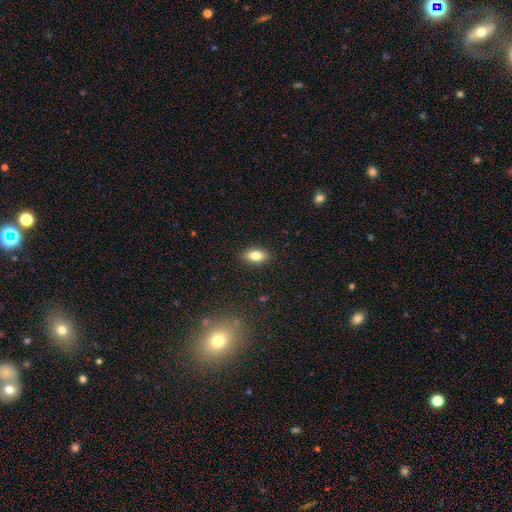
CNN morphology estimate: smooth_or_featured: smooth (p=0.81) [alt: featured or disk p=0.10]
how_rounded: in between (p=0.87) [alt: cigar-shaped p=0.07]
merging: none (p=0.89) [alt: minor disturbance p=0.08]